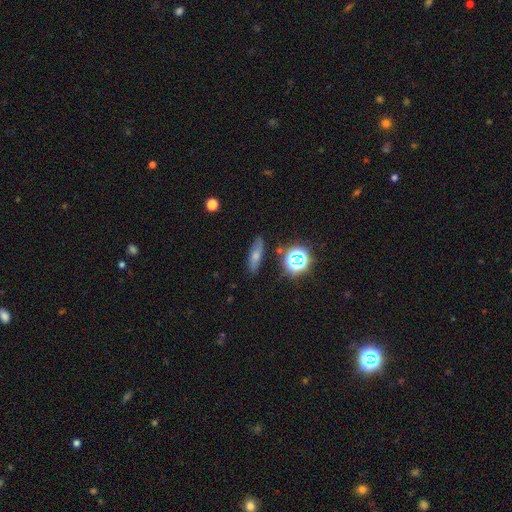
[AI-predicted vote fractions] smooth 42%, featured or disk 29%, star or artifact 29%. Down the decision tree: merging — none (84%).